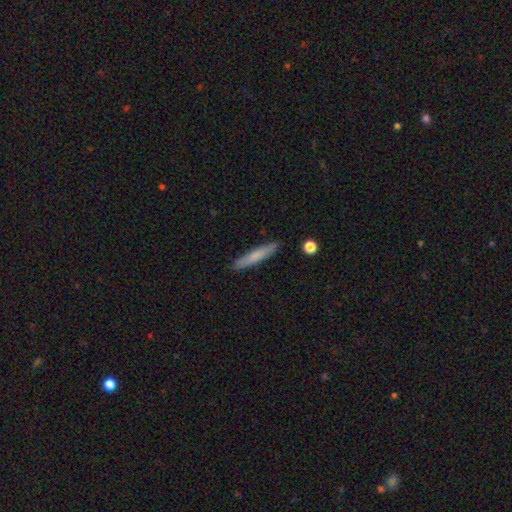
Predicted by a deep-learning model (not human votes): Overall: smooth (71%). How rounded: cigar-shaped (93%). Merging: none (89%).